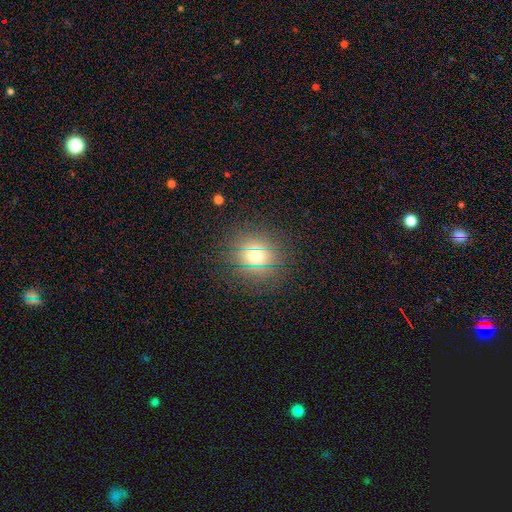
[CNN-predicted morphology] This is likely a smooth galaxy (64%). How rounded: clearly round (85%). Merging: clearly none (86%).